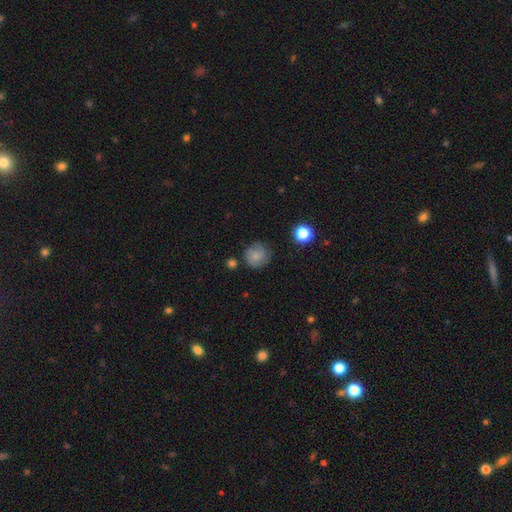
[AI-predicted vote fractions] Smooth or featured?
  - smooth: 66% *
  - featured or disk: 24%
  - star or artifact: 10%
How rounded?
  - round: 90% *
  - in between: 9%
  - cigar-shaped: 1%
Merging?
  - none: 72% *
  - minor disturbance: 19%
  - major disturbance: 6%
  - merger: 3%